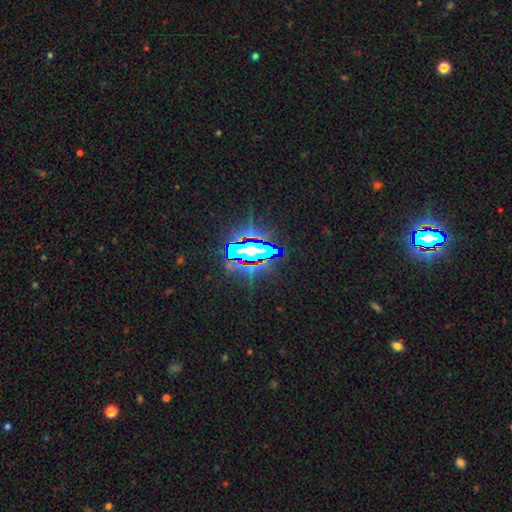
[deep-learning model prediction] A star or artifact, not a galaxy (73%).

Vote fractions:
- Smooth or featured? star or artifact: 73% / featured or disk: 15% / smooth: 12%